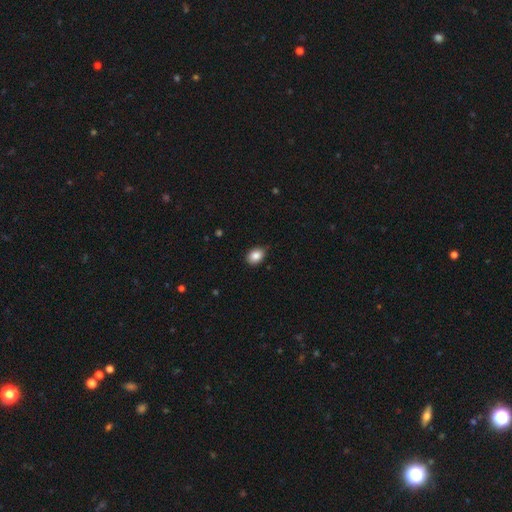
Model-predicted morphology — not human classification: Smooth or featured?
  - smooth: 86% *
  - star or artifact: 8%
  - featured or disk: 5%
How rounded?
  - in between: 73% *
  - round: 26%
  - cigar-shaped: 1%
Merging?
  - none: 82% *
  - minor disturbance: 15%
  - major disturbance: 2%
  - merger: 1%